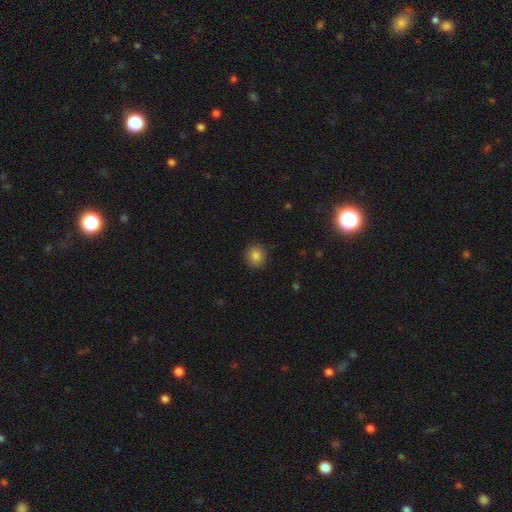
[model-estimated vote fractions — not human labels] A smooth galaxy with no disk features (83%) that is round (85%).

Vote fractions:
- Smooth or featured? smooth: 83% / star or artifact: 10% / featured or disk: 6%
- How rounded? round: 85% / in between: 14% / cigar-shaped: 1%
- Merging? none: 89% / minor disturbance: 8% / major disturbance: 2% / merger: 1%